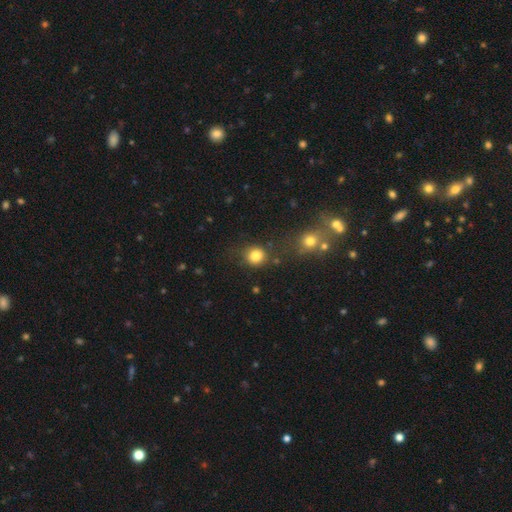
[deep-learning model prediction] smooth-or-featured: smooth: 83% | star or artifact: 11% | featured or disk: 5%
  how-rounded: round: 85% | in between: 14% | cigar-shaped: 1%
  merging: none: 73% | minor disturbance: 12% | merger: 9% | major disturbance: 5%